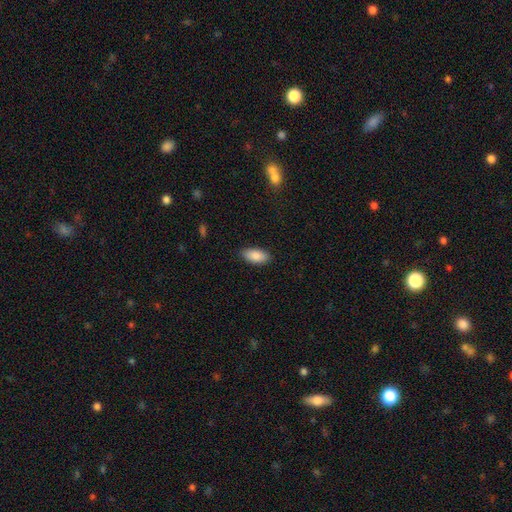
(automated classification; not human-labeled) A smooth galaxy with no disk features (87%) that is in between round and cigar-shaped (92%).

Vote fractions:
- Smooth or featured? smooth: 87% / star or artifact: 7% / featured or disk: 6%
- How rounded? in between: 92% / cigar-shaped: 5% / round: 2%
- Merging? none: 87% / minor disturbance: 10% / major disturbance: 2% / merger: 1%